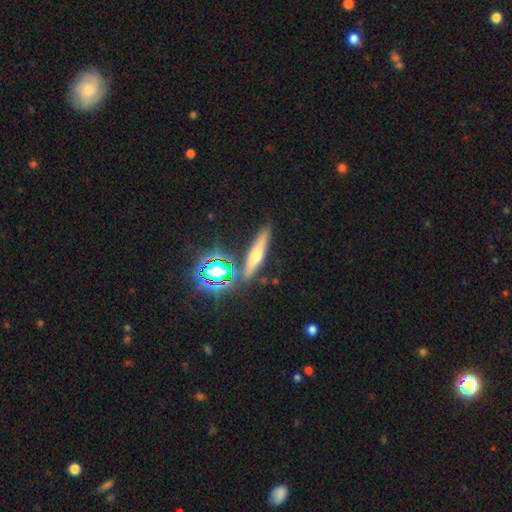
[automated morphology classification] Q: Smooth or featured?
A: featured or disk (47%); runner-up: smooth (36%)
Q: Merging?
A: none (85%); runner-up: minor disturbance (8%)